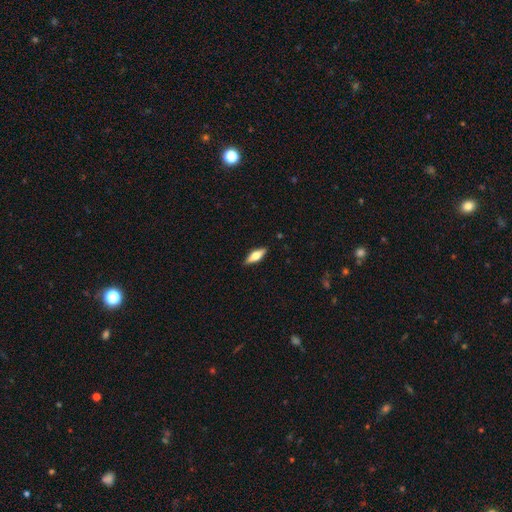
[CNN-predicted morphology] smooth-or-featured: smooth: 50% | featured or disk: 43% | star or artifact: 6%
  how-rounded: in between: 59% | cigar-shaped: 38% | round: 3%
  merging: none: 89% | minor disturbance: 9% | major disturbance: 2% | merger: 1%